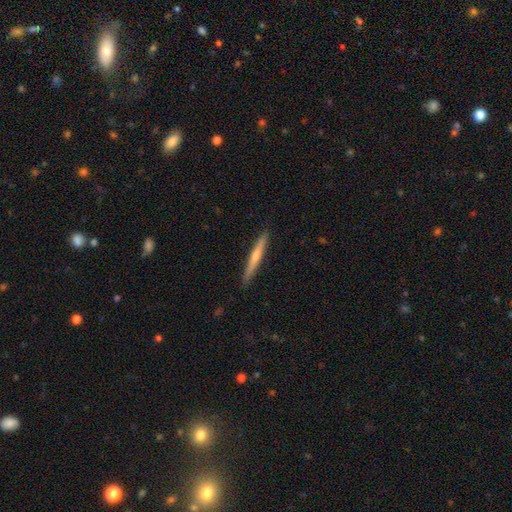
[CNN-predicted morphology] smooth_or_featured: featured or disk (p=0.51) [alt: smooth p=0.43]
disk_edge_on: yes (p=0.97) [alt: no p=0.03]
merging: none (p=0.90) [alt: minor disturbance p=0.07]